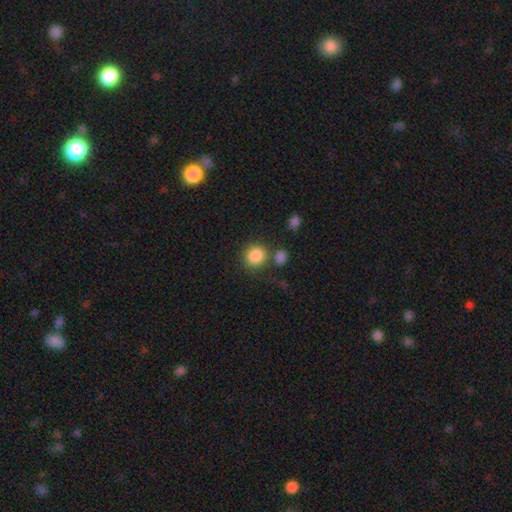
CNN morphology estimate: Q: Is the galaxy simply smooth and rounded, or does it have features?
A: smooth — 86%.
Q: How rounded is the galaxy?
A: round — 86%.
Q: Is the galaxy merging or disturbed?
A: none — 72%.